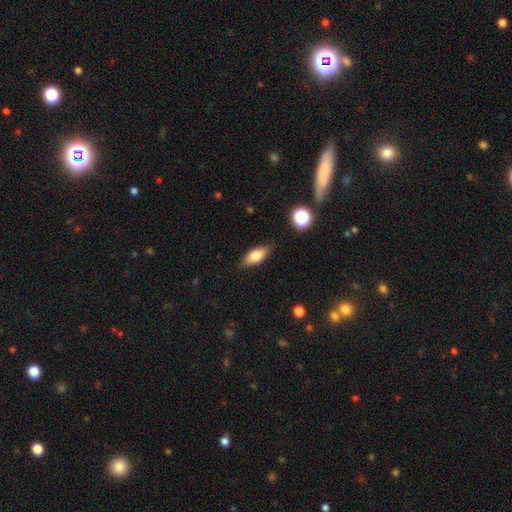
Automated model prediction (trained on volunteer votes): The model was most divided on "smooth or featured": smooth: 75%, featured or disk: 17%, star or artifact: 7%. More confident: merging — none (84%); how rounded — in between (80%).